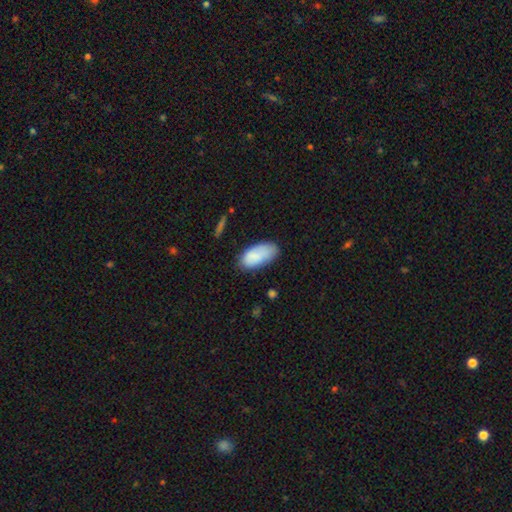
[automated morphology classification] Overall: smooth (85%). How rounded: in between (93%). Merging: none (68%).